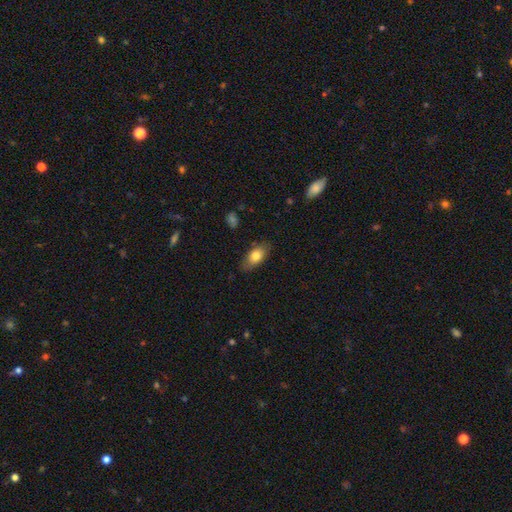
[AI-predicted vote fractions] This is likely a smooth galaxy (77%). How rounded: clearly in between (87%). Merging: likely none (79%).